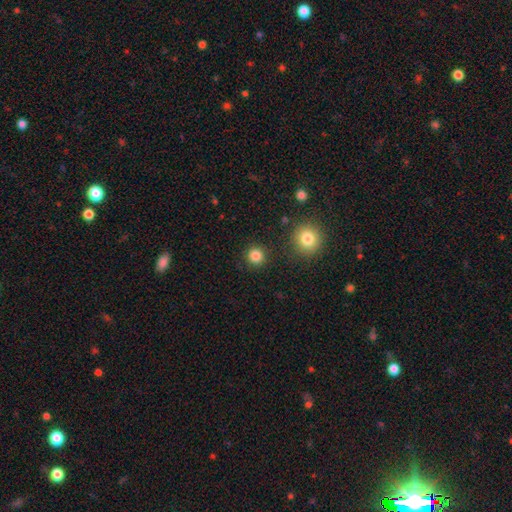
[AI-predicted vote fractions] smooth 84%, star or artifact 12%, featured or disk 4%. Down the decision tree: how rounded — round (93%); merging — none (90%).